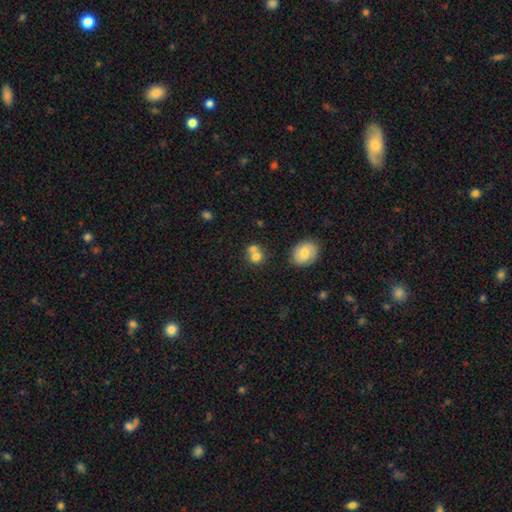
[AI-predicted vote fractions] Morphology: type=smooth (74%); roundness=round (78%); merging=merger (51%).